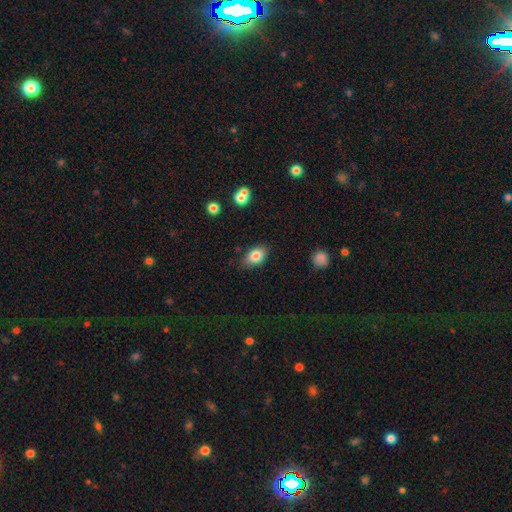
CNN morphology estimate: Smooth or featured?
  - smooth: 82% *
  - featured or disk: 10%
  - star or artifact: 8%
How rounded?
  - in between: 87% *
  - round: 10%
  - cigar-shaped: 2%
Merging?
  - none: 80% *
  - minor disturbance: 15%
  - major disturbance: 3%
  - merger: 2%